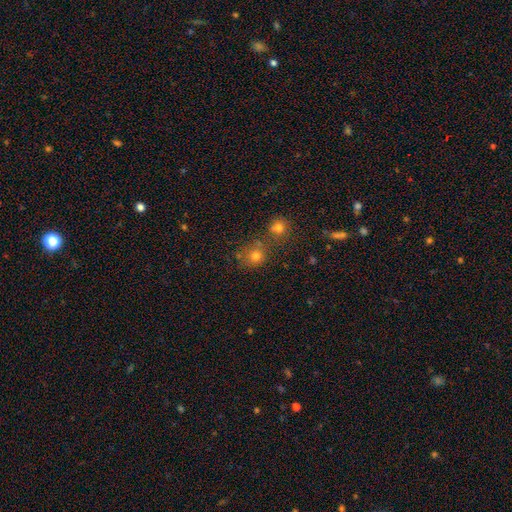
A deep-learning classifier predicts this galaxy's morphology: Overall: smooth (74%). How rounded: round (81%). Merging: none (59%; merger 26%).